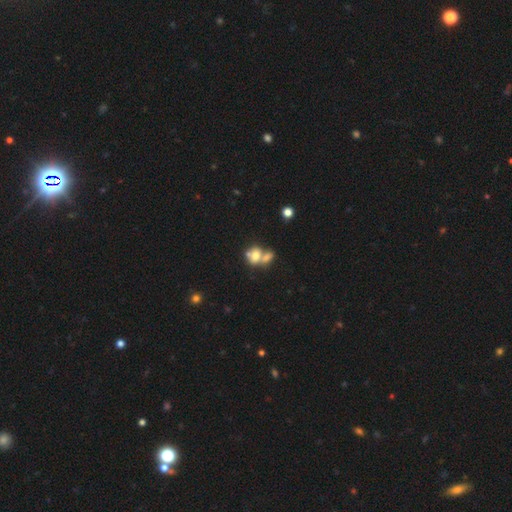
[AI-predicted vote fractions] Q: Smooth or featured?
A: smooth (66%); runner-up: featured or disk (23%)
Q: How rounded?
A: in between (61%); runner-up: round (37%)
Q: Merging?
A: merger (62%); runner-up: none (24%)